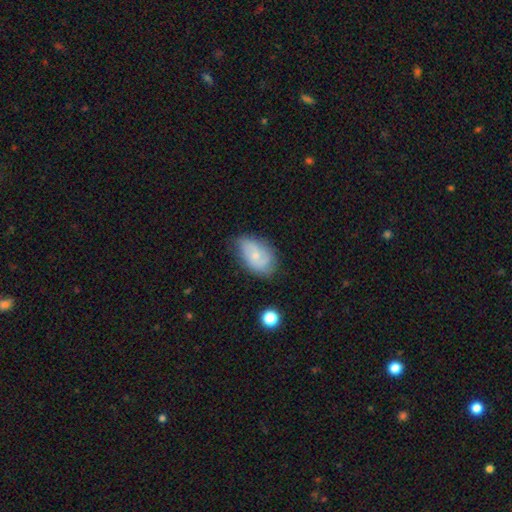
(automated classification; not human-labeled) Smooth or featured? Predicted: smooth (p=0.51). How rounded? Predicted: in between (p=0.88). Merging? Predicted: none (p=0.66).